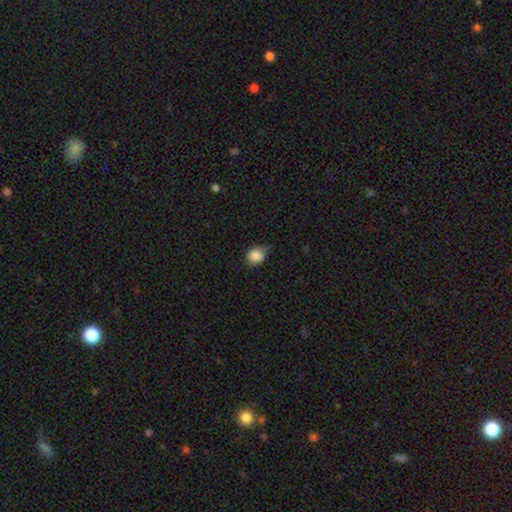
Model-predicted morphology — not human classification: Smooth or featured: smooth — 86% (star or artifact — 9%)
How rounded: round — 59% (in between — 40%)
Merging: none — 62% (minor disturbance — 31%)